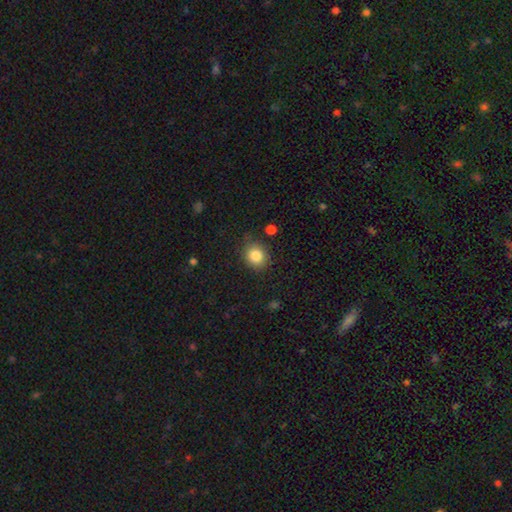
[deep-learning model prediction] Morphology: type=smooth (84%); roundness=round (74%); merging=none (82%).